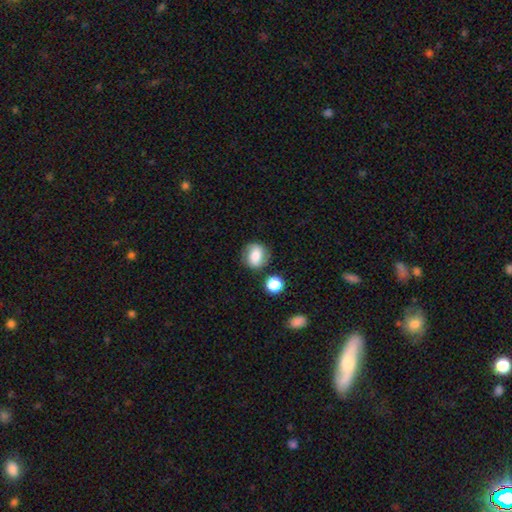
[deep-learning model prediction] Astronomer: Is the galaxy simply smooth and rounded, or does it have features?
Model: smooth — 70%.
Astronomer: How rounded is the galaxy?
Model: round — 66%.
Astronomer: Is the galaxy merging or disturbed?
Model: none — 76%.